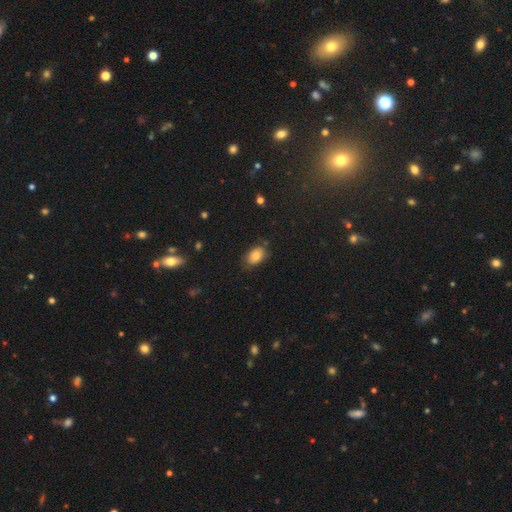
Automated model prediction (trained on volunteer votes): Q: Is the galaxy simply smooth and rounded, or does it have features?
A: smooth — 79%.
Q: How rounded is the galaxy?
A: in between — 87%.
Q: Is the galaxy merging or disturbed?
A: none — 76%.